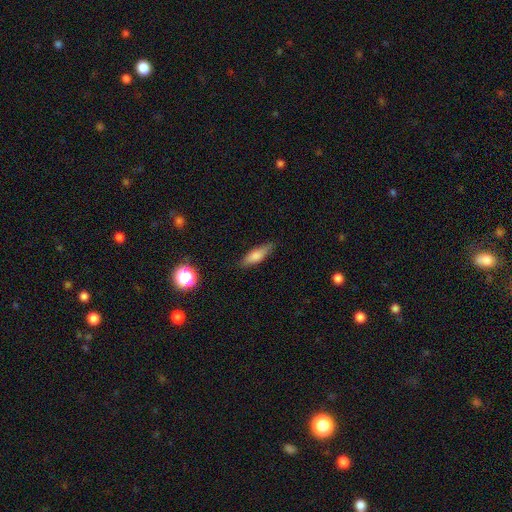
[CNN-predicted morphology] This appears to be a smooth galaxy with no disk features (72%) that is in between round and cigar-shaped (49%). Merging: none (81%).